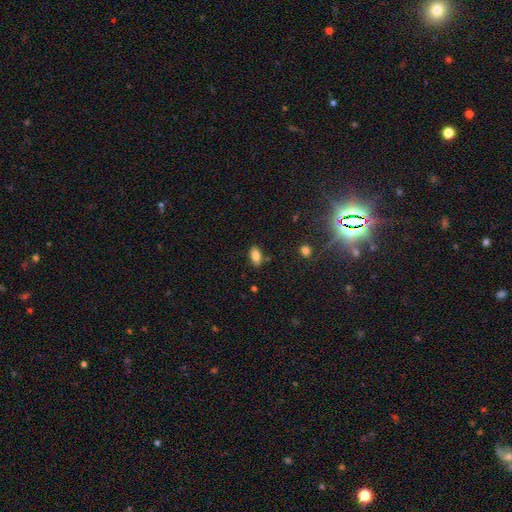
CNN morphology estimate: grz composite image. It shows a smooth galaxy with no disk features (83%) that is in between round and cigar-shaped (91%). Merging: none (83%).